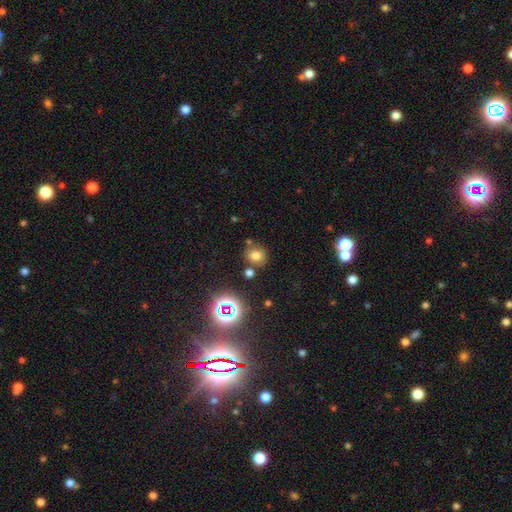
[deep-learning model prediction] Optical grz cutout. It shows a smooth galaxy with no disk features (69%) that is round (78%). Merging: none (74%).